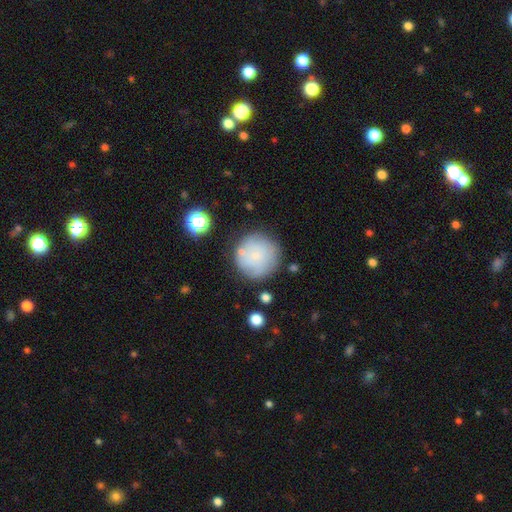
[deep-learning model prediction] A smooth galaxy with no disk features (63%) that is round (94%). Merging: none (74%).